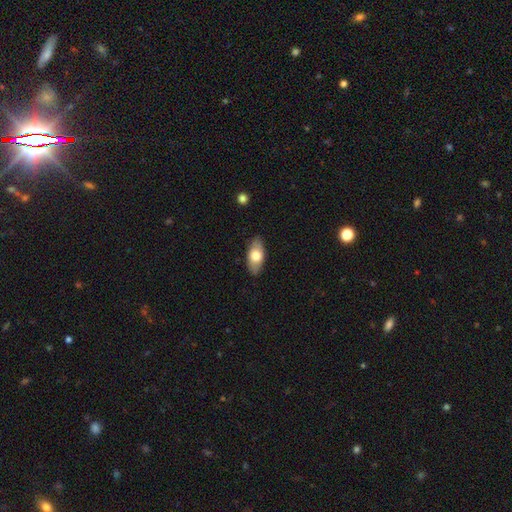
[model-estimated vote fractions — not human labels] smooth_or_featured: smooth (p=0.70) [alt: featured or disk p=0.24]
how_rounded: in between (p=0.89) [alt: cigar-shaped p=0.07]
merging: none (p=0.86) [alt: minor disturbance p=0.11]